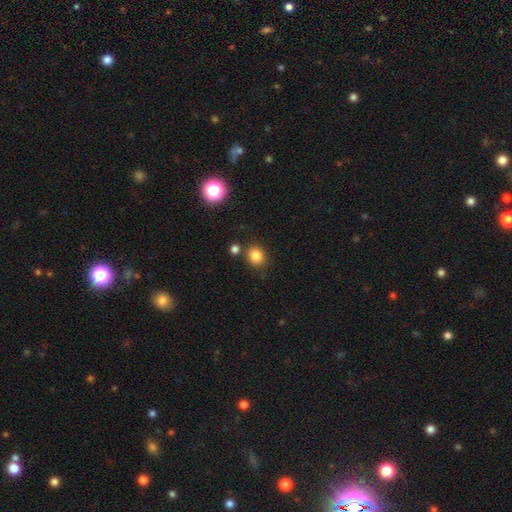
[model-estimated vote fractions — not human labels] smooth 83%, star or artifact 12%, featured or disk 5%. Down the decision tree: how rounded — round (77%); merging — none (79%).